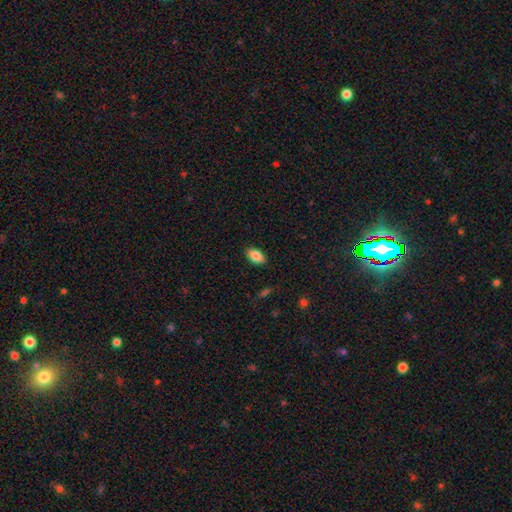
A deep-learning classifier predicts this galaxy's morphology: This is clearly a smooth galaxy (85%). How rounded: clearly in between (91%). Merging: clearly none (87%).